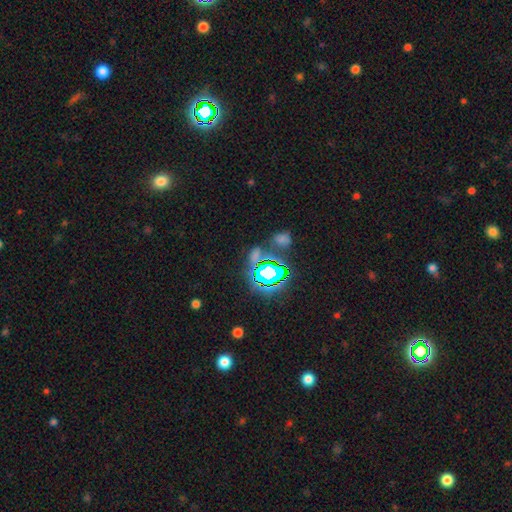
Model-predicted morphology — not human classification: smooth_or_featured: star or artifact (p=0.59) [alt: smooth p=0.30]